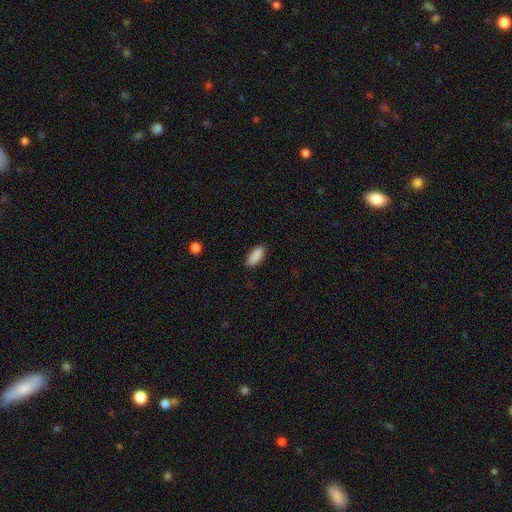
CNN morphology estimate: Overall: smooth (90%). How rounded: in between (86%). Merging: none (88%).